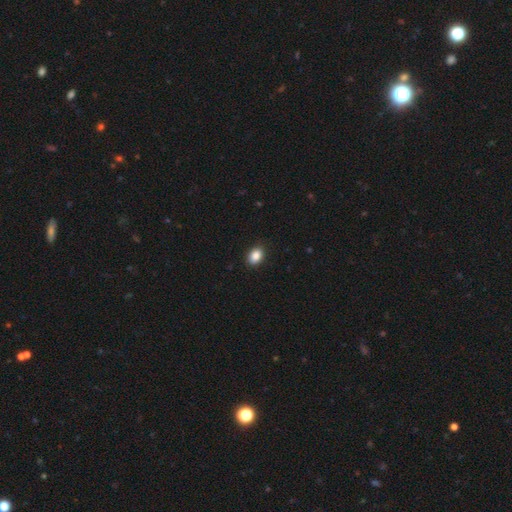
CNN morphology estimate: Smooth or featured?
  - smooth: 87% *
  - star or artifact: 9%
  - featured or disk: 4%
How rounded?
  - in between: 77% *
  - round: 22%
  - cigar-shaped: 1%
Merging?
  - none: 89% *
  - minor disturbance: 8%
  - major disturbance: 2%
  - merger: 1%